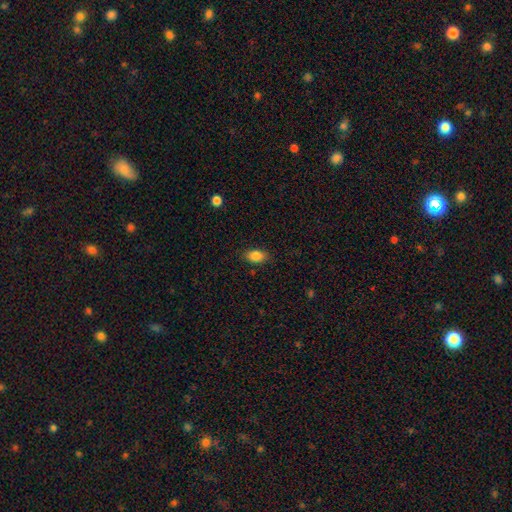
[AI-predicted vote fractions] Overall: smooth (86%). How rounded: in between (90%). Merging: none (87%).